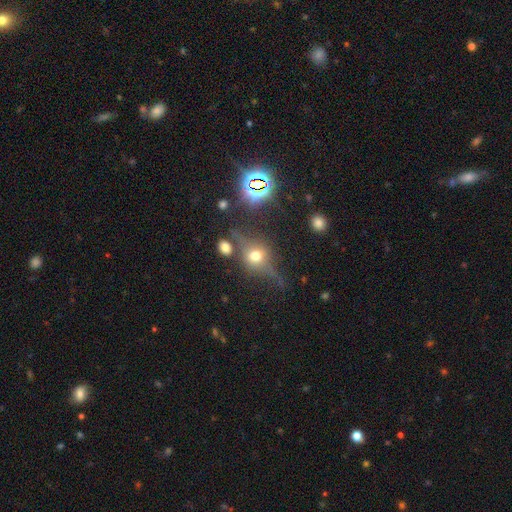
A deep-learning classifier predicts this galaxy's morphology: Smooth or featured? Predicted: featured or disk (p=0.44). Merging? Predicted: none (p=0.66).